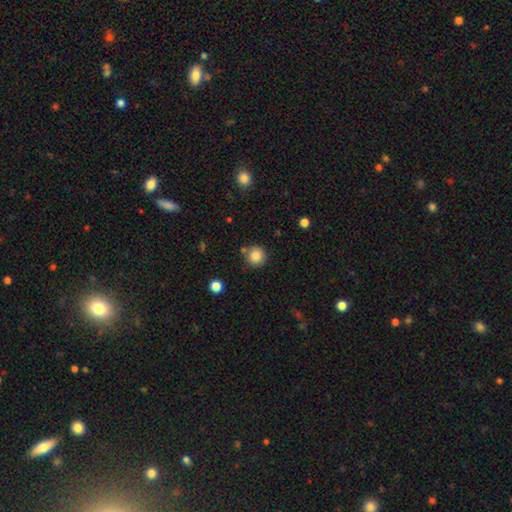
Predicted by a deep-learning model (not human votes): A smooth galaxy with no disk features (85%) that is round (94%).

Vote fractions:
- Smooth or featured? smooth: 85% / star or artifact: 10% / featured or disk: 5%
- How rounded? round: 94% / in between: 5% / cigar-shaped: 1%
- Merging? none: 82% / minor disturbance: 9% / merger: 6% / major disturbance: 3%